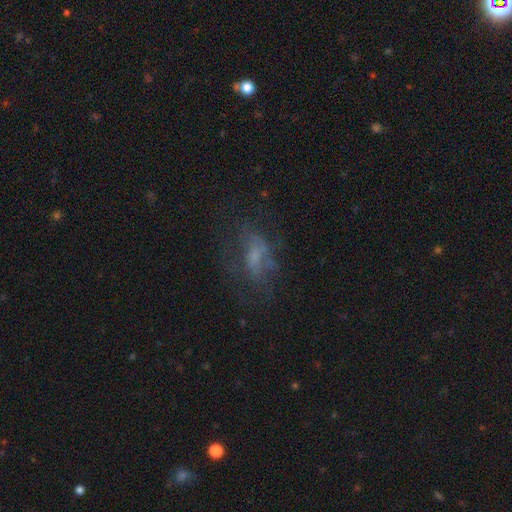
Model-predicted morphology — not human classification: A featured or disk galaxy (43%).

Vote fractions:
- Smooth or featured? featured or disk: 43% / smooth: 39% / star or artifact: 18%
- Merging? none: 49% / major disturbance: 28% / minor disturbance: 20% / merger: 3%